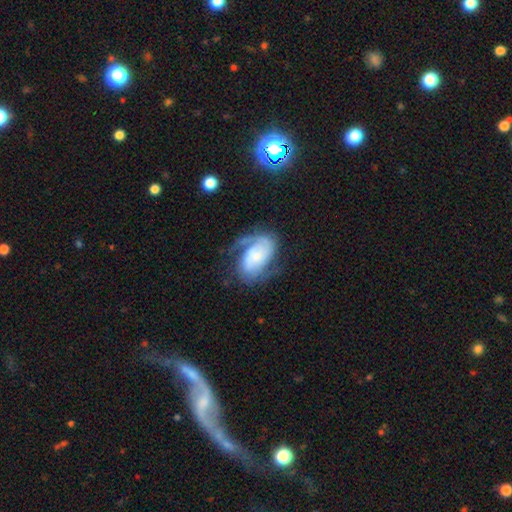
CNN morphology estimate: Smooth or featured? Predicted: featured or disk (p=0.73). Edge-on disk? Predicted: no (p=0.97). Bar? Predicted: no (p=0.62). Spiral arms? Predicted: yes (p=0.91). Spiral winding? Predicted: medium (p=0.41). Spiral arm count? Predicted: 2 (p=0.57). Bulge size? Predicted: small (p=0.53). Merging? Predicted: none (p=0.48).